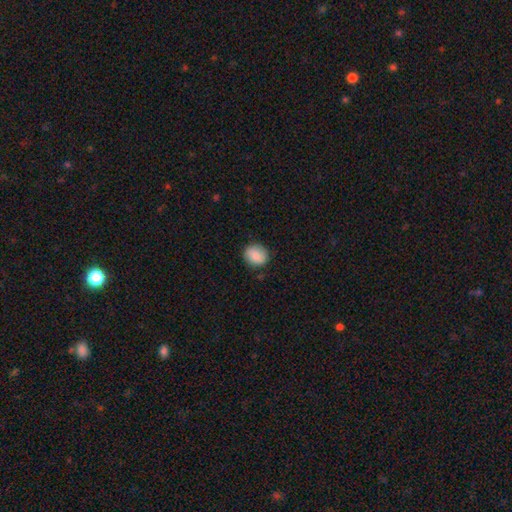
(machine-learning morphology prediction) A smooth galaxy with no disk features (83%) that is round (76%).

Vote fractions:
- Smooth or featured? smooth: 83% / featured or disk: 10% / star or artifact: 7%
- How rounded? round: 76% / in between: 23% / cigar-shaped: 1%
- Merging? none: 85% / minor disturbance: 11% / major disturbance: 3% / merger: 1%